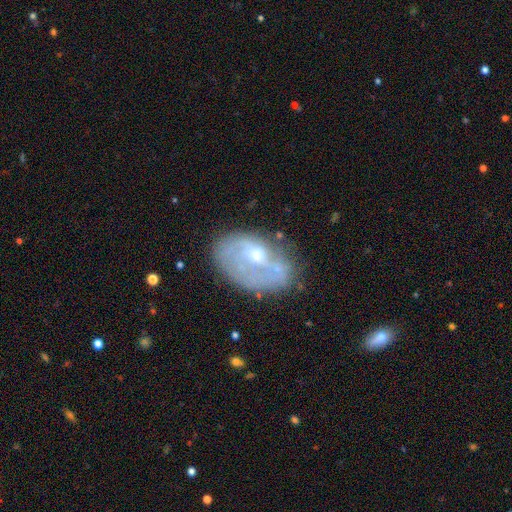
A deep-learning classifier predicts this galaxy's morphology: smooth_or_featured: featured or disk (p=0.63) [alt: smooth p=0.29]
disk_edge_on: no (p=0.96) [alt: yes p=0.04]
bar: no (p=0.68) [alt: weak p=0.27]
has_spiral_arms: no (p=0.50) [tied with: yes p=0.50]
bulge_size: moderate (p=0.47) [alt: small p=0.46]
merging: none (p=0.53) [alt: minor disturbance p=0.26]